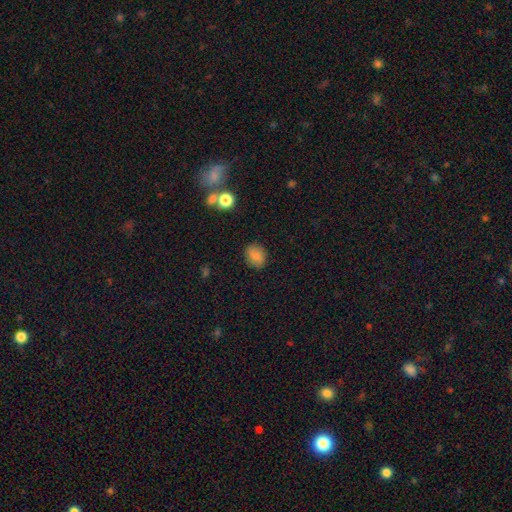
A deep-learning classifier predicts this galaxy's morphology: A smooth galaxy with no disk features (83%) that is in between round and cigar-shaped (54%).

Vote fractions:
- Smooth or featured? smooth: 83% / star or artifact: 10% / featured or disk: 7%
- How rounded? in between: 54% / round: 44% / cigar-shaped: 1%
- Merging? none: 86% / minor disturbance: 10% / major disturbance: 3% / merger: 2%